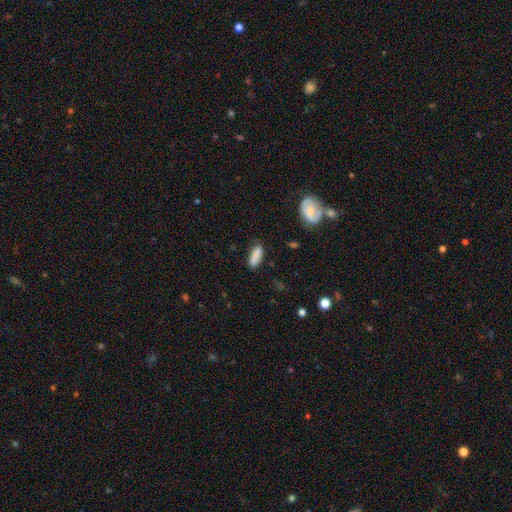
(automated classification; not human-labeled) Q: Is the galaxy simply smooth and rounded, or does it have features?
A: smooth — 86%.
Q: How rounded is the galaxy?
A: in between — 65%.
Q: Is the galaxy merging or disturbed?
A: none — 78%.